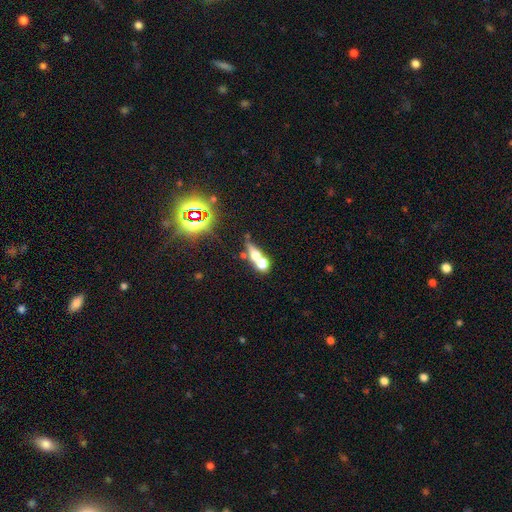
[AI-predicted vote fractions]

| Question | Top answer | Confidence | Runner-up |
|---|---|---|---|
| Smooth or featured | smooth | 51% | featured or disk (31%) |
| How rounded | in between | 40% | round (39%) |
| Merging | merger | 54% | none (30%) |